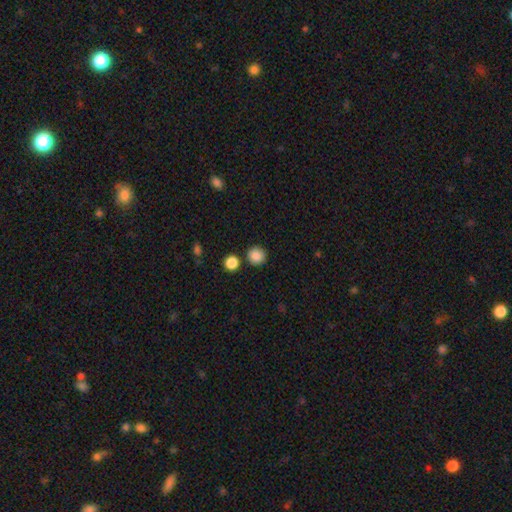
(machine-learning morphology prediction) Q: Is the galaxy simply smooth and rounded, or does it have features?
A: smooth — 87%.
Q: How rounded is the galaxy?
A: round — 94%.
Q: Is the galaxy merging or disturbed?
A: none — 86%.